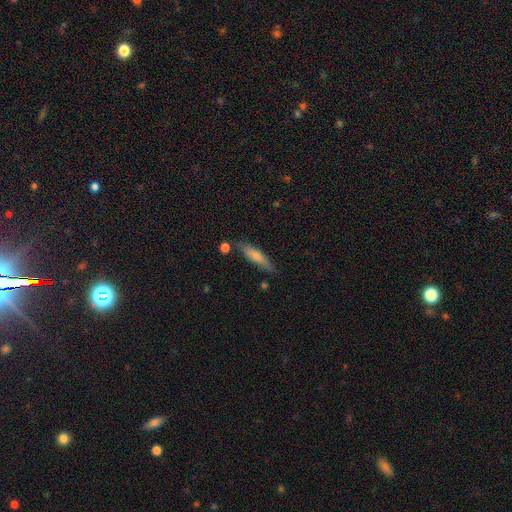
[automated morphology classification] A smooth galaxy with no disk features (70%) that is cigar-shaped (76%).

Vote fractions:
- Smooth or featured? smooth: 70% / featured or disk: 23% / star or artifact: 6%
- How rounded? cigar-shaped: 76% / in between: 22% / round: 2%
- Merging? none: 74% / minor disturbance: 17% / merger: 5% / major disturbance: 4%